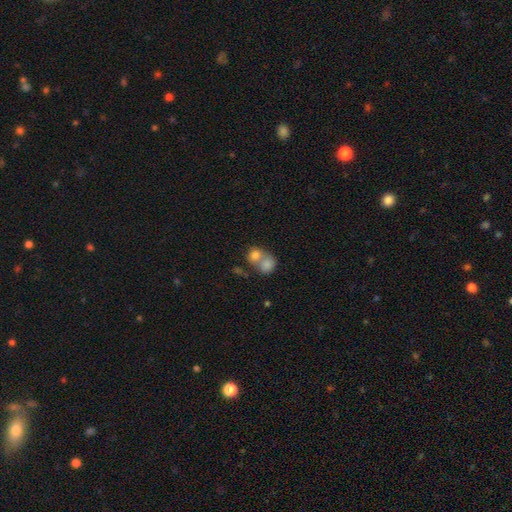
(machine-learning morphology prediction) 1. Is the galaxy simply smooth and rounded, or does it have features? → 79% smooth, 12% featured or disk, 9% star or artifact.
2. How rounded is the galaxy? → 68% round, 31% in between, 1% cigar-shaped.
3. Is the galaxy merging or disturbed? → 66% merger, 24% none, 6% minor disturbance, 4% major disturbance.